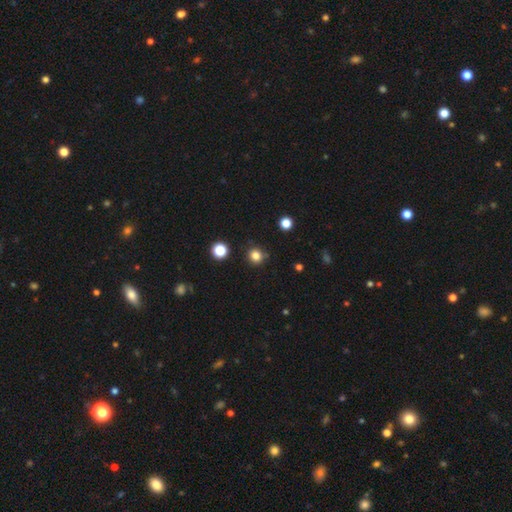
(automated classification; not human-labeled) Smooth or featured: smooth — 82% (star or artifact — 14%)
How rounded: round — 91% (in between — 8%)
Merging: none — 86% (minor disturbance — 8%)